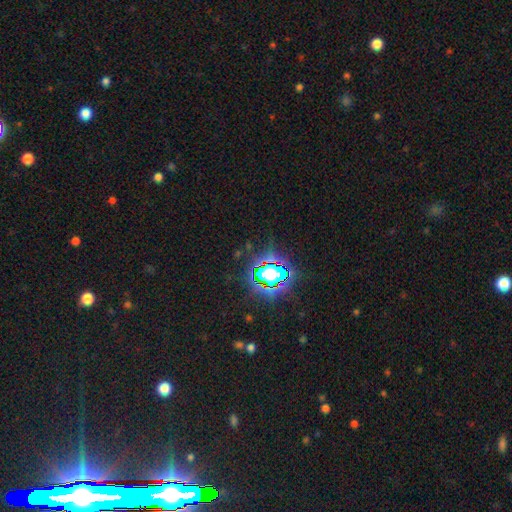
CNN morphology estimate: Smooth or featured? Predicted: star or artifact (p=0.81).